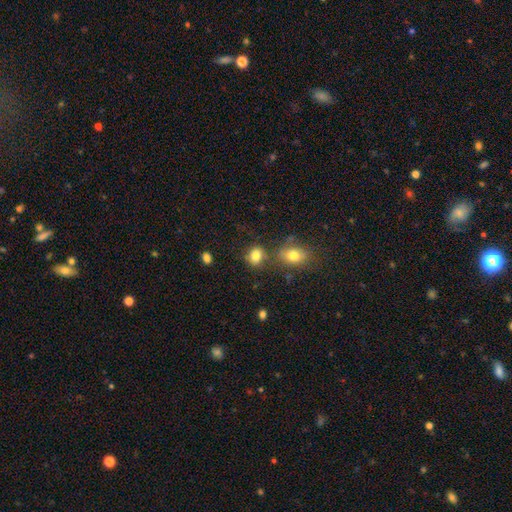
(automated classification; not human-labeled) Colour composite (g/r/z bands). It shows a smooth galaxy with no disk features (81%) that is round (57%). Merging: none (65%).